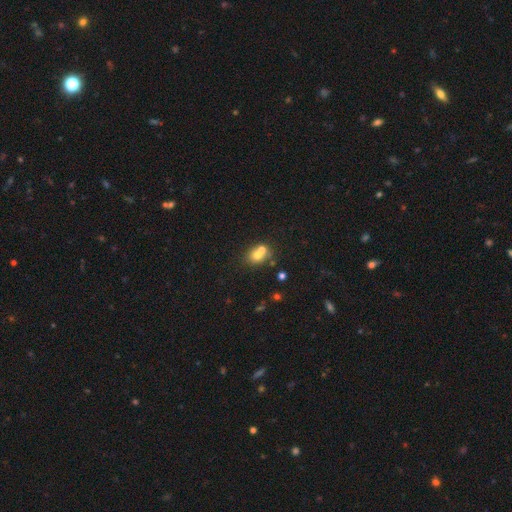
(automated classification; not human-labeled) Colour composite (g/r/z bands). It shows a smooth galaxy with no disk features (67%) that is round (63%). Merging: merger (51%).